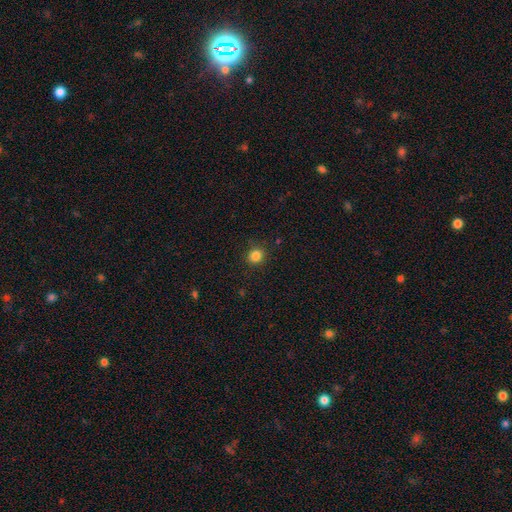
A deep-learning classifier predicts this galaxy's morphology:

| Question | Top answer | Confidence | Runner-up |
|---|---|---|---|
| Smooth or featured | smooth | 84% | star or artifact (12%) |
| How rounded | round | 86% | in between (13%) |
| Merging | none | 89% | minor disturbance (7%) |